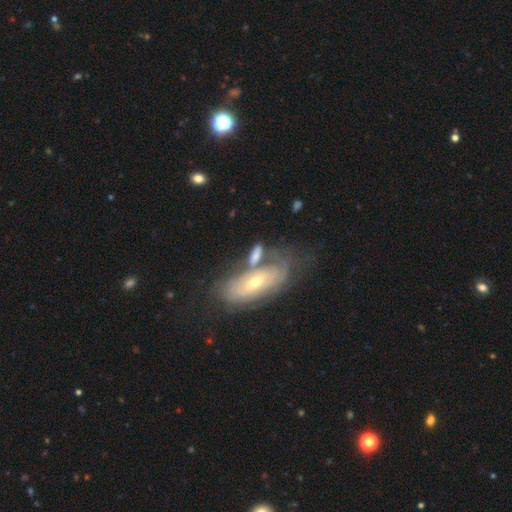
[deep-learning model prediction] A featured or disk galaxy (55%).

Vote fractions:
- Smooth or featured? featured or disk: 55% / smooth: 38% / star or artifact: 7%
- Edge-on disk? no: 78% / yes: 22%
- Merging? none: 41% / merger: 31% / minor disturbance: 18% / major disturbance: 10%